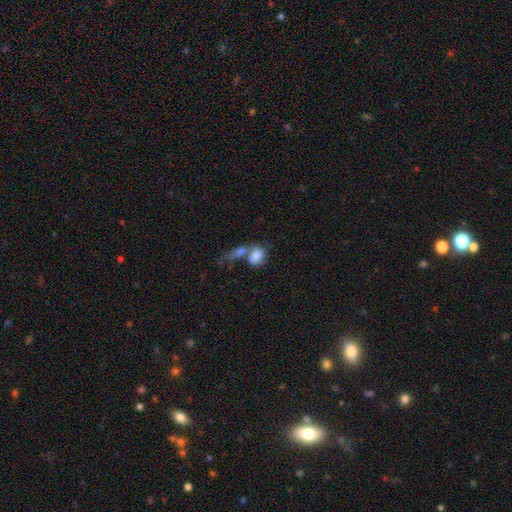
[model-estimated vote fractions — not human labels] Overall: smooth (76%). How rounded: in between (76%). Merging: merger (60%).